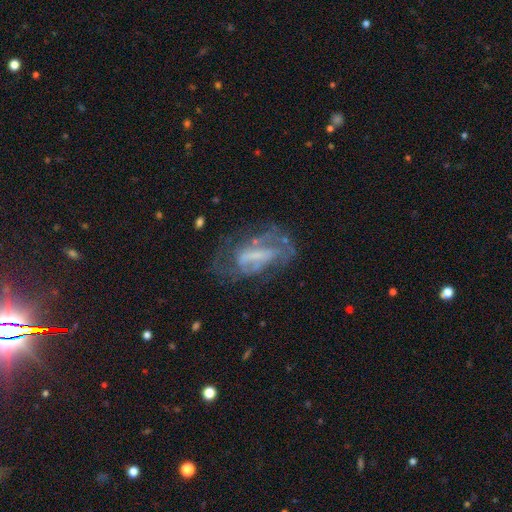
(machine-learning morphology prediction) A featured or disk galaxy (67%) with no bar (35%), spiral arms (57%) and no central bulge (45%).

Vote fractions:
- Smooth or featured? featured or disk: 67% / smooth: 22% / star or artifact: 11%
- Edge-on disk? no: 93% / yes: 7%
- Bar? no: 35% / weak: 33% / strong: 32%
- Spiral arms? yes: 57% / no: 43%
- Bulge size? none: 45% / small: 27% / moderate: 19% / large: 7% / dominant: 2%
- Merging? none: 42% / major disturbance: 31% / minor disturbance: 22% / merger: 4%